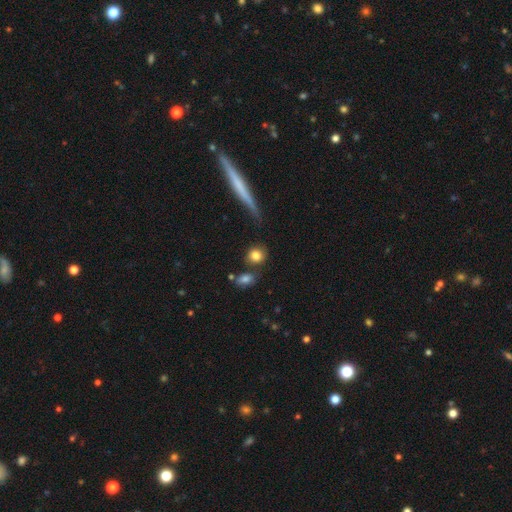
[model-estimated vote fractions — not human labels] smooth-or-featured: smooth: 82% | featured or disk: 9% | star or artifact: 9%
  how-rounded: round: 75% | in between: 21% | cigar-shaped: 4%
  merging: none: 72% | merger: 12% | minor disturbance: 11% | major disturbance: 5%